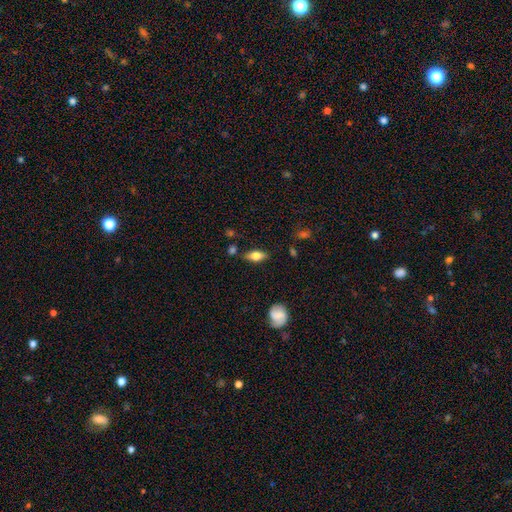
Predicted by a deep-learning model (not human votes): Smooth or featured?
  - smooth: 69% *
  - featured or disk: 24%
  - star or artifact: 7%
How rounded?
  - in between: 84% *
  - cigar-shaped: 12%
  - round: 4%
Merging?
  - none: 81% *
  - minor disturbance: 13%
  - merger: 3%
  - major disturbance: 3%